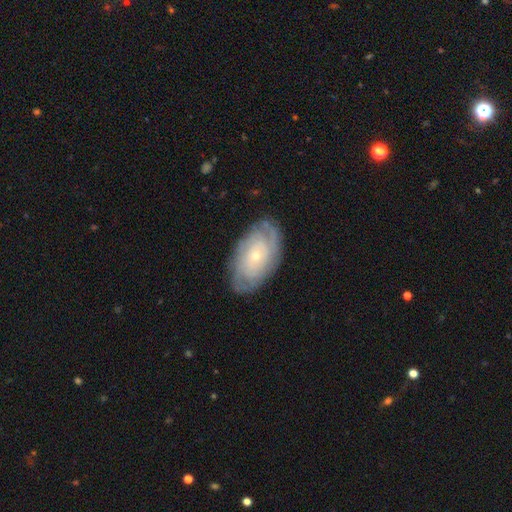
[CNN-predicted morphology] This appears to be a featured or disk galaxy (75%) with no bar (80%), tight (75%) spiral arms (88%) and a small central bulge (78%). Merging: none (80%).